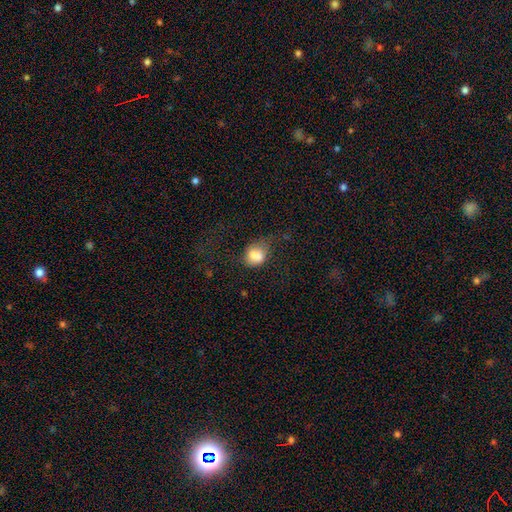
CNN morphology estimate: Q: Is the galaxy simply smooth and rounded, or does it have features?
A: smooth — 75%.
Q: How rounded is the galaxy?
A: in between — 51%.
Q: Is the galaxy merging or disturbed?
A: none — 36%.